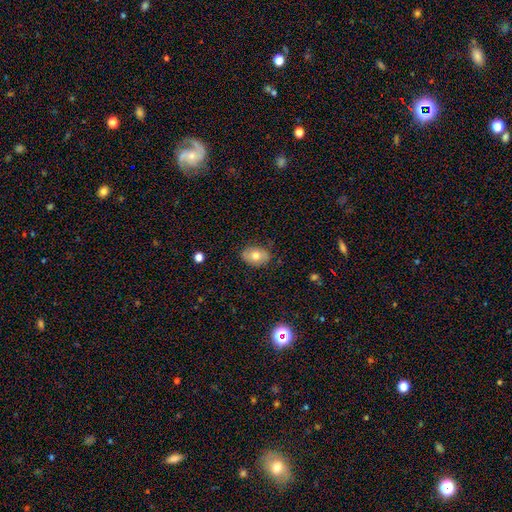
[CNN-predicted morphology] A smooth galaxy with no disk features (71%) that is in between round and cigar-shaped (80%).

Vote fractions:
- Smooth or featured? smooth: 71% / featured or disk: 20% / star or artifact: 8%
- How rounded? in between: 80% / round: 18% / cigar-shaped: 1%
- Merging? none: 83% / minor disturbance: 13% / major disturbance: 3% / merger: 1%